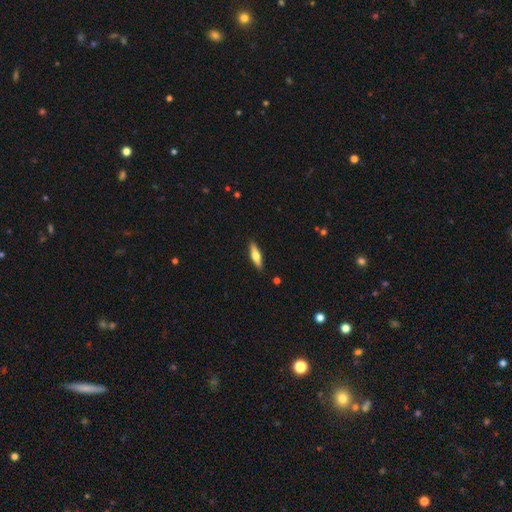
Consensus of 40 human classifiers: Volunteers were most divided on "smooth or featured": featured or disk: 50%, smooth: 45%, star or artifact: 5%. More confident: edge-on disk — yes (95%); edge-on bulge — rounded (95%); merging — none (95%).